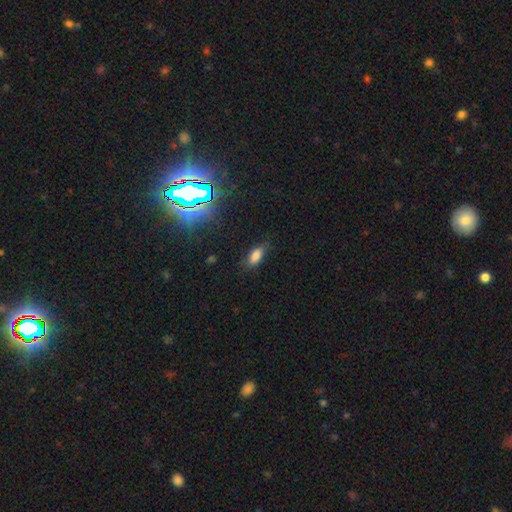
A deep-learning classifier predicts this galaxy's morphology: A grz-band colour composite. It shows a smooth galaxy with no disk features (79%) that is in between round and cigar-shaped (83%). Merging: none (71%).